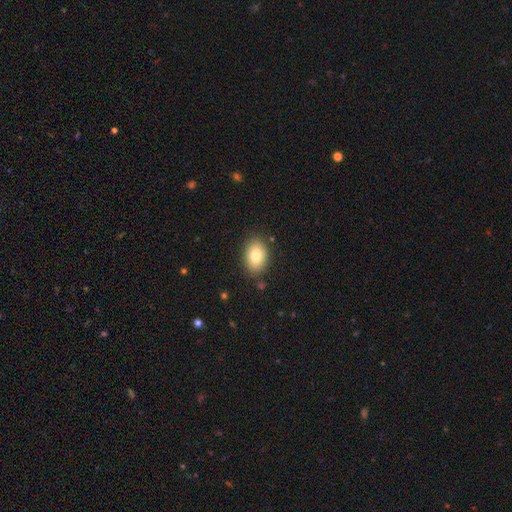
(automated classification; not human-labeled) This is clearly a smooth galaxy (81%). How rounded: clearly in between (84%). Merging: clearly none (85%).